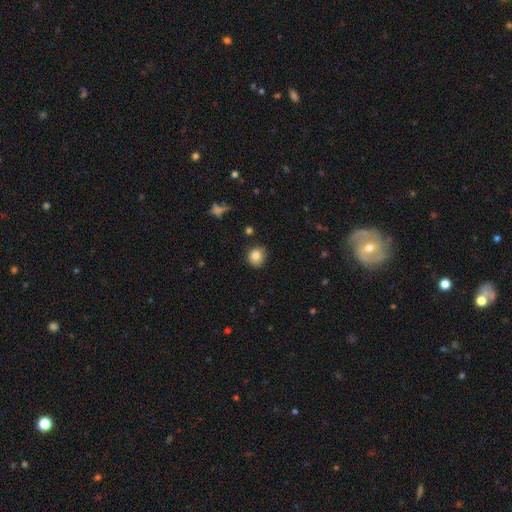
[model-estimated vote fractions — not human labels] Q: Smooth or featured?
A: smooth (84%); runner-up: star or artifact (10%)
Q: How rounded?
A: round (84%); runner-up: in between (15%)
Q: Merging?
A: none (78%); runner-up: minor disturbance (17%)